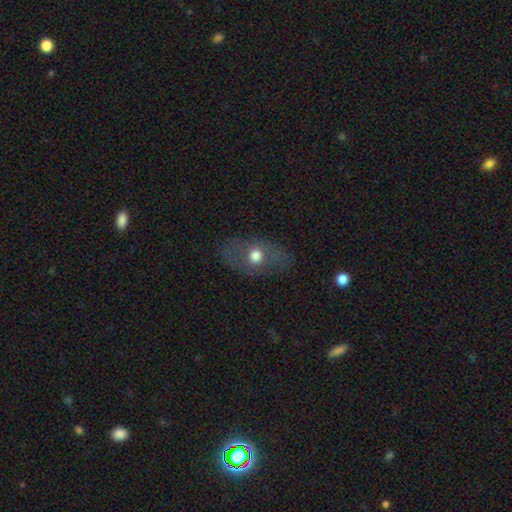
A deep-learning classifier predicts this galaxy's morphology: smooth-or-featured: smooth: 54% | featured or disk: 37% | star or artifact: 9%
  how-rounded: in between: 70% | round: 28% | cigar-shaped: 3%
  merging: none: 80% | minor disturbance: 13% | major disturbance: 6% | merger: 1%